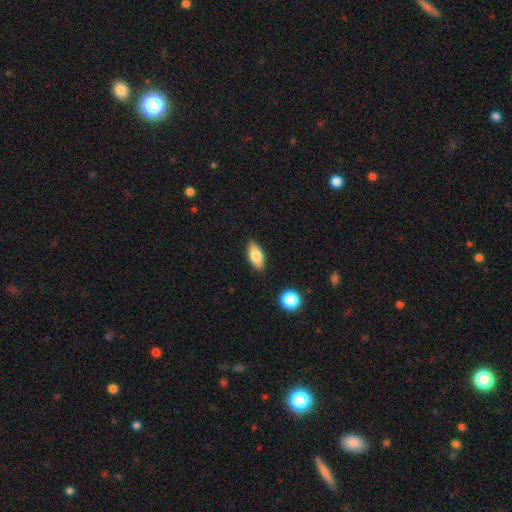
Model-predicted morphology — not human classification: A smooth galaxy with no disk features (74%) that is in between round and cigar-shaped (83%).

Vote fractions:
- Smooth or featured? smooth: 74% / featured or disk: 19% / star or artifact: 7%
- How rounded? in between: 83% / cigar-shaped: 14% / round: 4%
- Merging? none: 87% / minor disturbance: 9% / major disturbance: 2% / merger: 2%